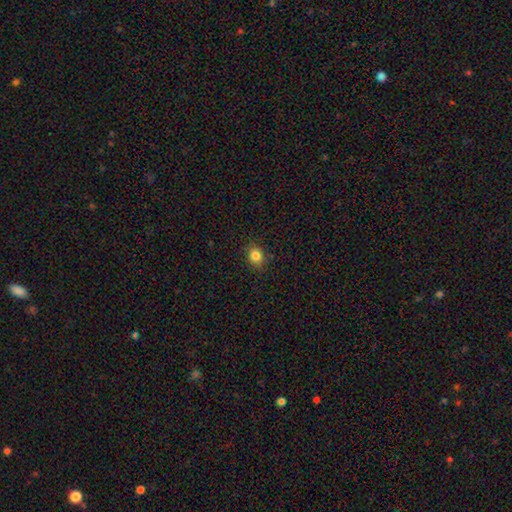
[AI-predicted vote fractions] Morphology: type=smooth (83%); roundness=round (70%); merging=none (88%).